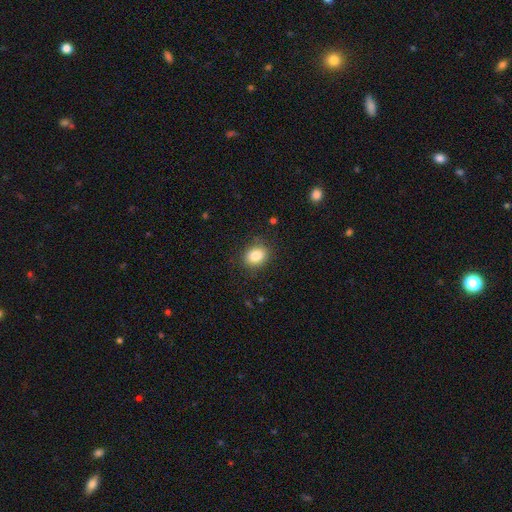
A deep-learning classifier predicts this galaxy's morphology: The model was most divided on "how rounded": in between: 51%, round: 48%, cigar-shaped: 1%. More confident: merging — none (86%); smooth or featured — smooth (84%).